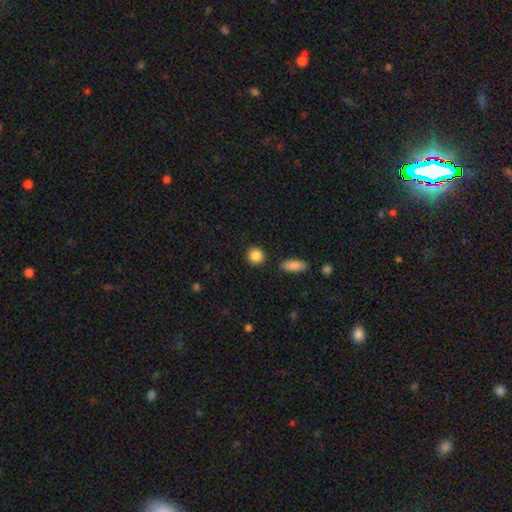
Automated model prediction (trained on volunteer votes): Smooth or featured: smooth — 88% (star or artifact — 9%)
How rounded: round — 88% (in between — 11%)
Merging: none — 88% (minor disturbance — 7%)